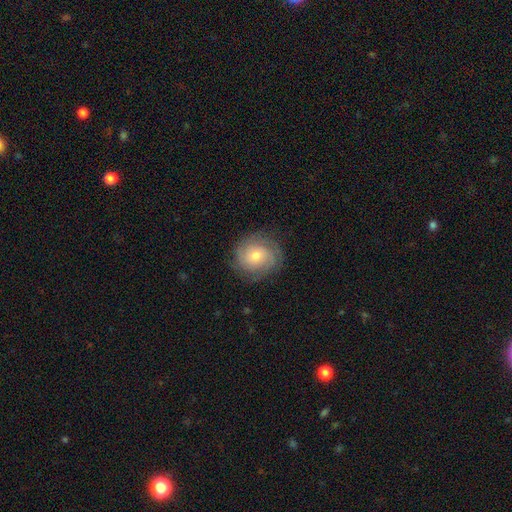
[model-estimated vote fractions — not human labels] Smooth or featured: featured or disk — 64% (smooth — 27%)
Edge-on disk: no — 97% (yes — 3%)
Bar: no — 79% (weak — 18%)
Spiral arms: yes — 90% (no — 10%)
Spiral winding: tight — 69% (medium — 24%)
Spiral arm count: can't tell — 40% (3 — 20%)
Bulge size: moderate — 51% (small — 44%)
Merging: none — 81% (minor disturbance — 12%)